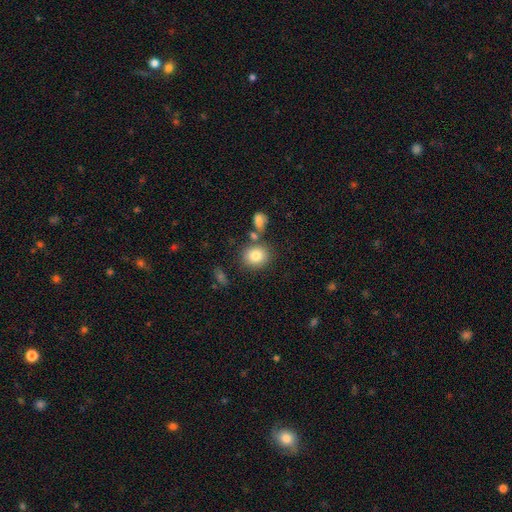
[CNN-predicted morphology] Smooth or featured: smooth — 82% (star or artifact — 9%)
How rounded: round — 73% (in between — 26%)
Merging: none — 73% (merger — 12%)